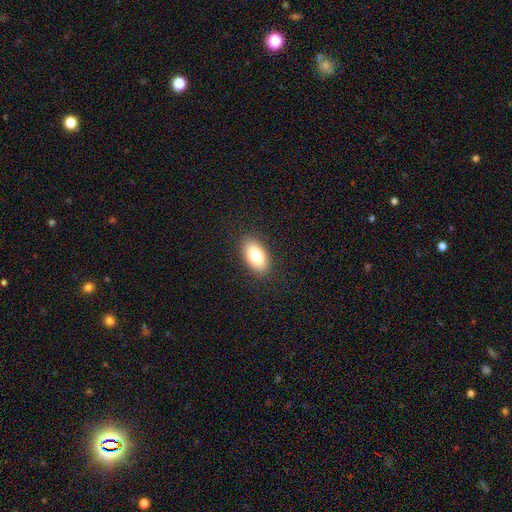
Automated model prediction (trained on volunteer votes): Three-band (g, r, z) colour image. It shows a smooth galaxy with no disk features (80%) that is in between round and cigar-shaped (93%). Merging: none (88%).